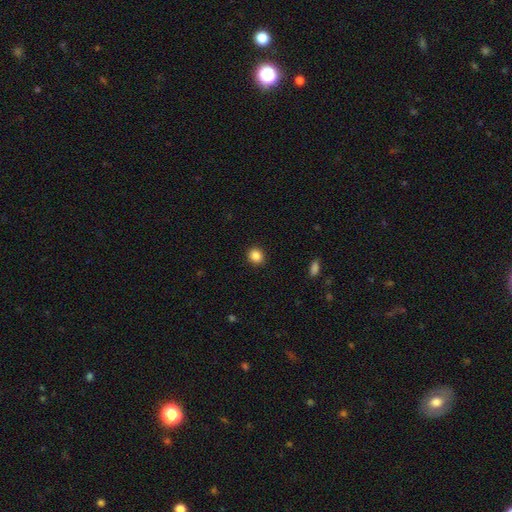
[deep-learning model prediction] Smooth or featured?
  - smooth: 86% *
  - star or artifact: 10%
  - featured or disk: 4%
How rounded?
  - round: 78% *
  - in between: 21%
  - cigar-shaped: 1%
Merging?
  - none: 91% *
  - minor disturbance: 6%
  - major disturbance: 2%
  - merger: 1%